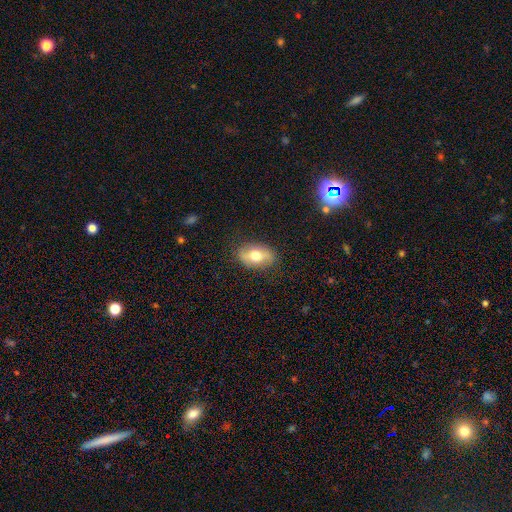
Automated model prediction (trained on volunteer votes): Smooth or featured? smooth (59%)
How rounded? in between (83%)
Merging? none (83%)